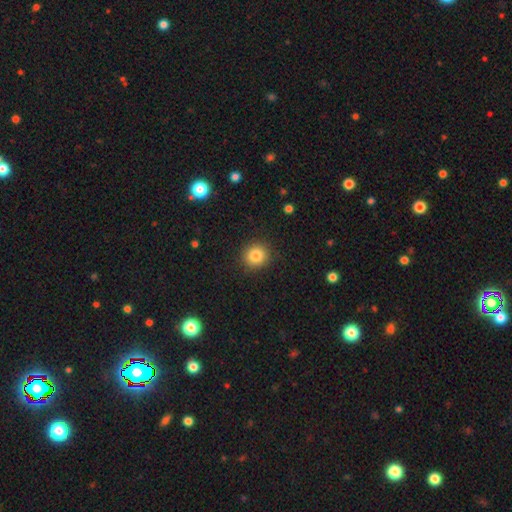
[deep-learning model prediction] smooth_or_featured: smooth (p=0.83) [alt: star or artifact p=0.11]
how_rounded: round (p=0.90) [alt: in between p=0.09]
merging: none (p=0.90) [alt: minor disturbance p=0.07]